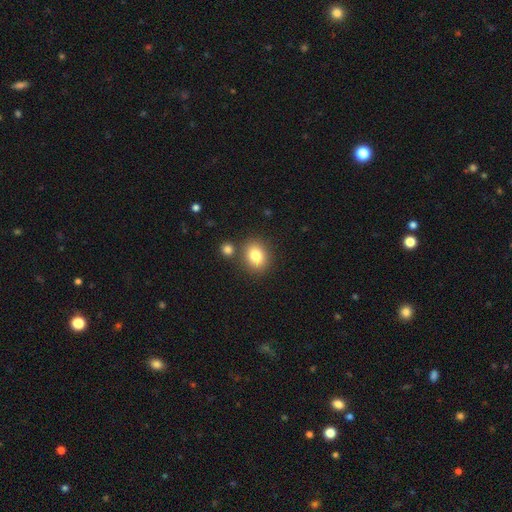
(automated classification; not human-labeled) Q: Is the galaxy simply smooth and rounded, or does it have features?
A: smooth — 82%.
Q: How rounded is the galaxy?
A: round — 50%.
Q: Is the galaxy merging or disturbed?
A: none — 76%.